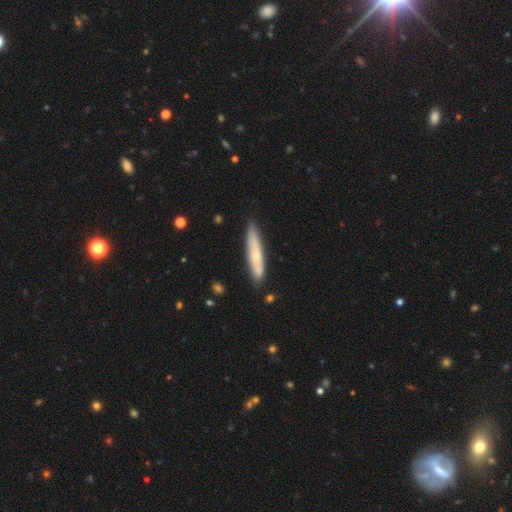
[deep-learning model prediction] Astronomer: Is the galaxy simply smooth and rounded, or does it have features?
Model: smooth — 57% (runner-up: featured or disk, 38%).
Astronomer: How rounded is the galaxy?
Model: cigar-shaped — 89%.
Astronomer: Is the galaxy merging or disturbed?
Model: none — 84%.